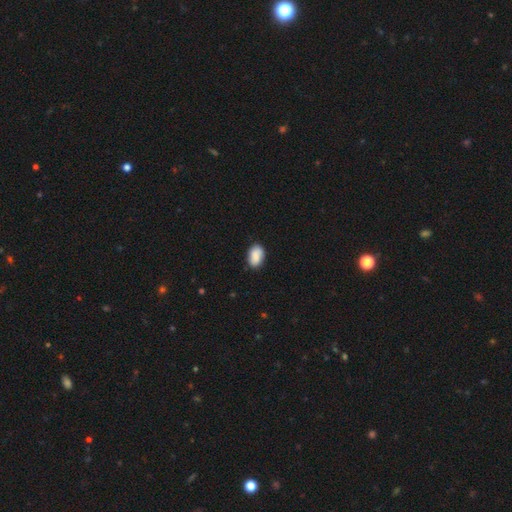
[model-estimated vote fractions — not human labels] Smooth or featured? smooth (87%)
How rounded? in between (89%)
Merging? none (83%)